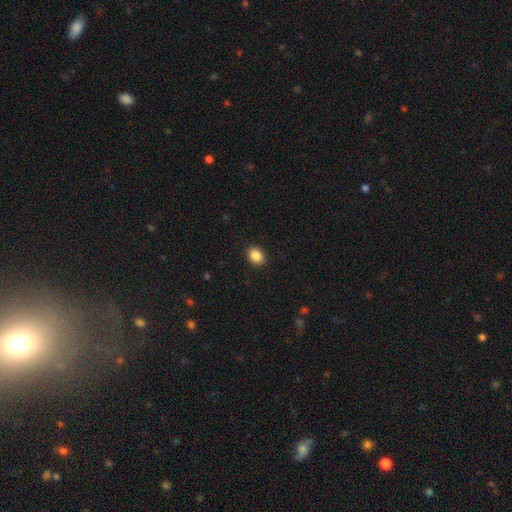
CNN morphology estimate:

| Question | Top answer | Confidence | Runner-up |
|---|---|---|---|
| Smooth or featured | smooth | 88% | star or artifact (9%) |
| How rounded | in between | 55% | round (44%) |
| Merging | none | 91% | minor disturbance (6%) |